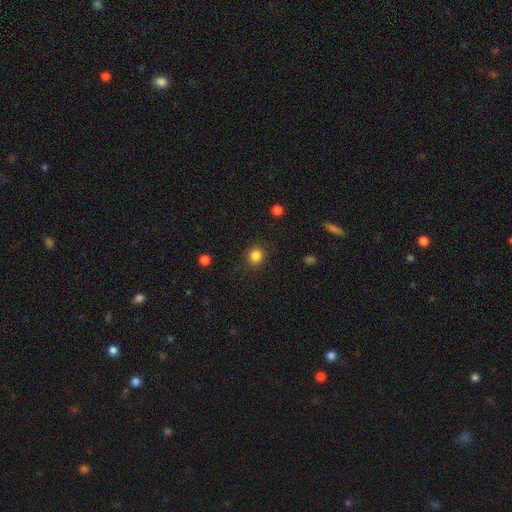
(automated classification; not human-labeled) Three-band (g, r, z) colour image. It shows a smooth galaxy with no disk features (85%) that is round (86%). Merging: none (88%).